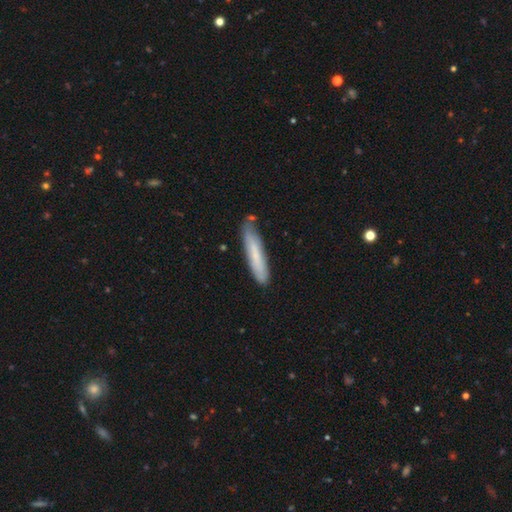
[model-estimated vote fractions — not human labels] A smooth galaxy with no disk features (67%) that is cigar-shaped (89%). Merging: none (75%).